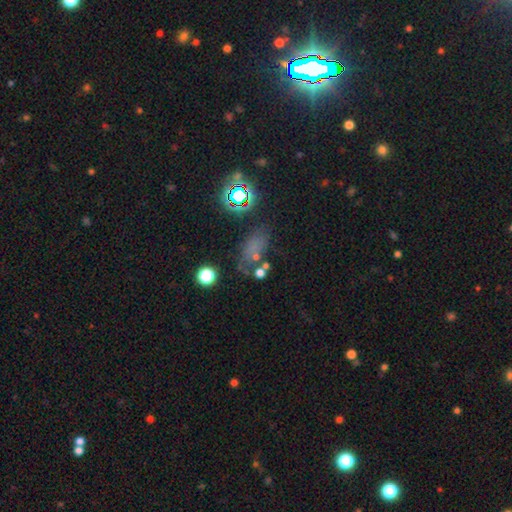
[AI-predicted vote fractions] The model was most divided on "smooth or featured": smooth: 47%, star or artifact: 38%, featured or disk: 16%. More confident: merging — none (57%).